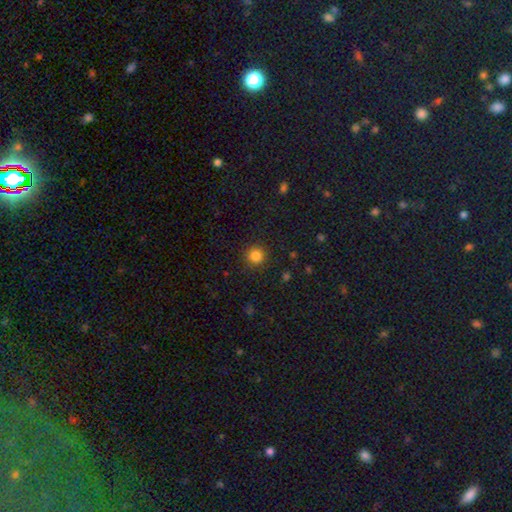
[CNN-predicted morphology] Q: Smooth or featured?
A: smooth (84%); runner-up: star or artifact (12%)
Q: How rounded?
A: round (94%); runner-up: in between (5%)
Q: Merging?
A: none (90%); runner-up: minor disturbance (6%)